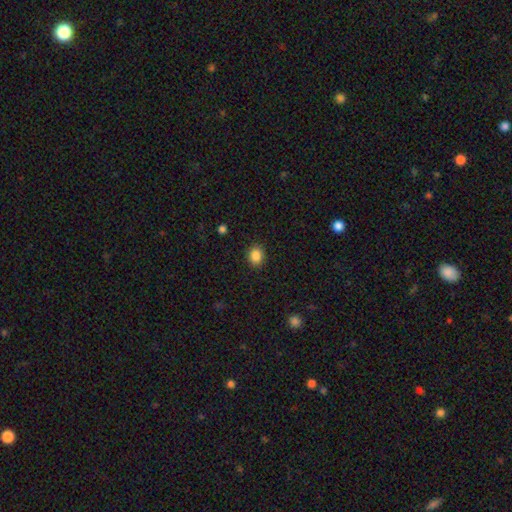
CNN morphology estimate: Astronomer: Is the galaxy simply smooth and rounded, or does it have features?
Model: smooth — 86%.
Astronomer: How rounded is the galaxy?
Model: round — 62%.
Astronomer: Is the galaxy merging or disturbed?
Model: none — 89%.